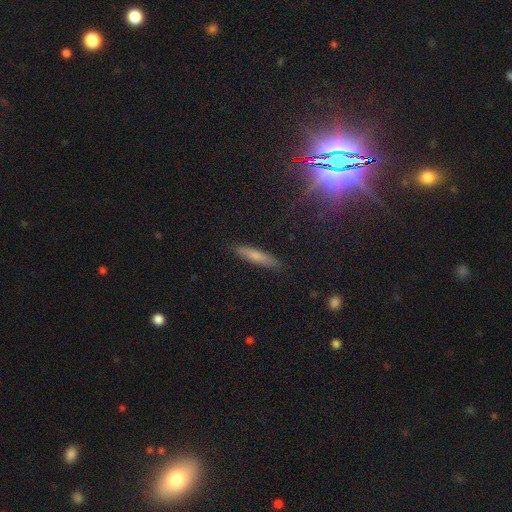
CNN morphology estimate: The model was most divided on "smooth or featured": smooth: 65%, featured or disk: 26%, star or artifact: 9%. More confident: merging — none (88%); how rounded — cigar-shaped (87%).